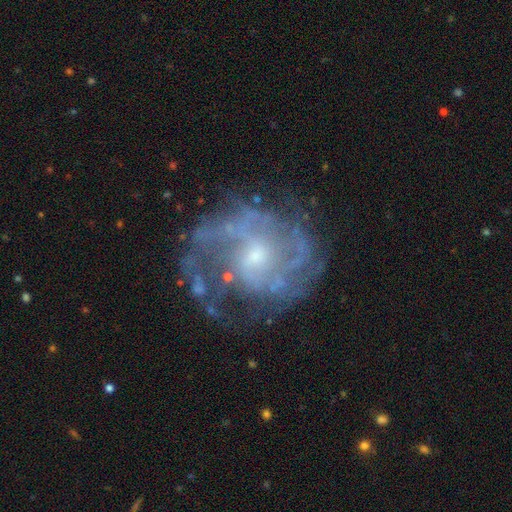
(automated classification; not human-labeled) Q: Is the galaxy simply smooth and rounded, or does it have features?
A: featured or disk — 82%.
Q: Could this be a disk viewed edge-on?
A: no — 98%.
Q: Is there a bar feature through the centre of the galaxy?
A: no — 62%.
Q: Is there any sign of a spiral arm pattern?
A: yes — 83%.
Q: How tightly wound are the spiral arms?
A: medium — 42%.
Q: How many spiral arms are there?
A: can't tell — 35%.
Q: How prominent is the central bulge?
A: small — 56%.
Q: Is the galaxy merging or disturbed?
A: none — 58%.